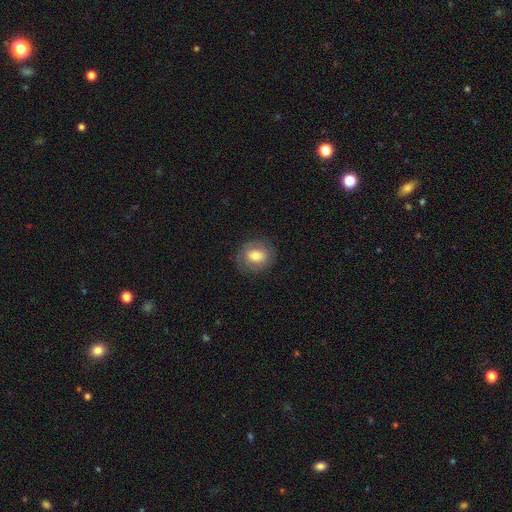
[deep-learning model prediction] Overall: smooth (70%). How rounded: round (64%; in between 34%). Merging: none (83%).